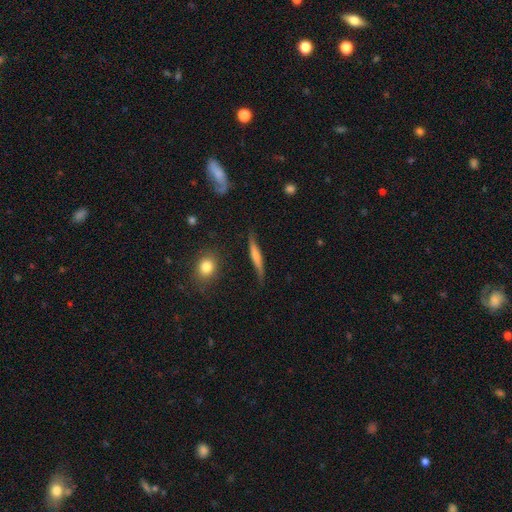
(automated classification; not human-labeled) This appears to be a smooth galaxy with no disk features (49%). Merging: none (75%).